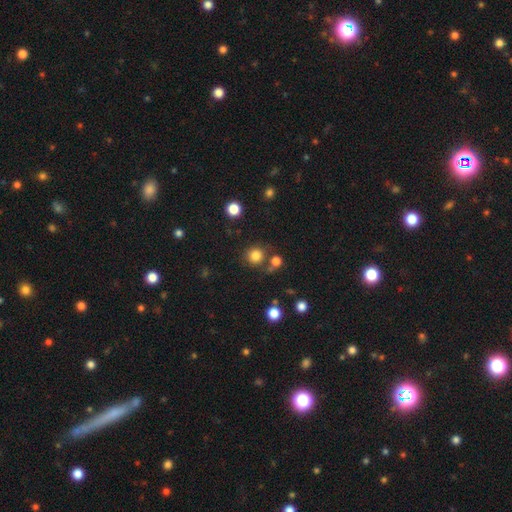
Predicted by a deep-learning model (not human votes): Smooth or featured? smooth (82%)
How rounded? round (92%)
Merging? none (75%)